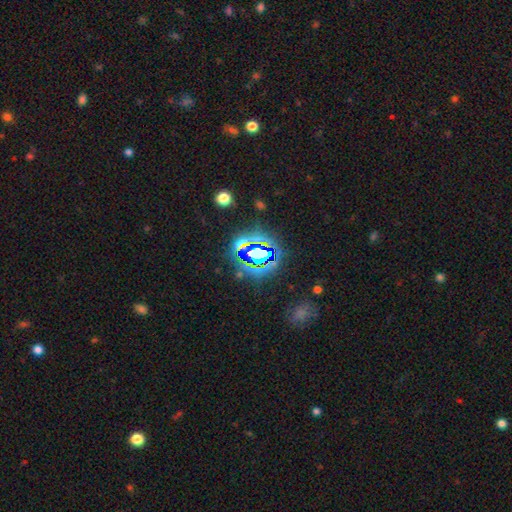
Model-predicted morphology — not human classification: Smooth or featured?
  - star or artifact: 73% *
  - smooth: 14%
  - featured or disk: 12%